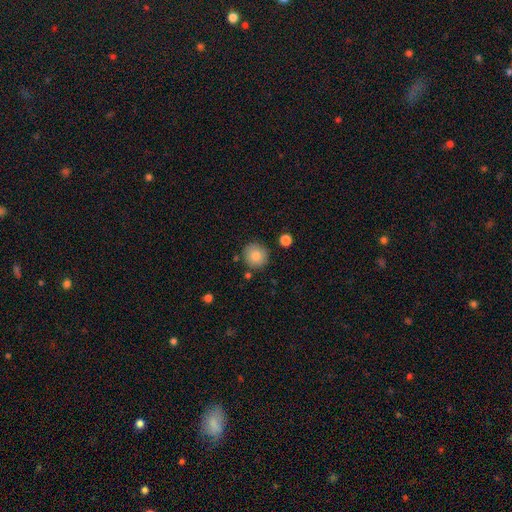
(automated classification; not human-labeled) smooth 84%, star or artifact 9%, featured or disk 8%. Down the decision tree: how rounded — round (94%); merging — none (85%).